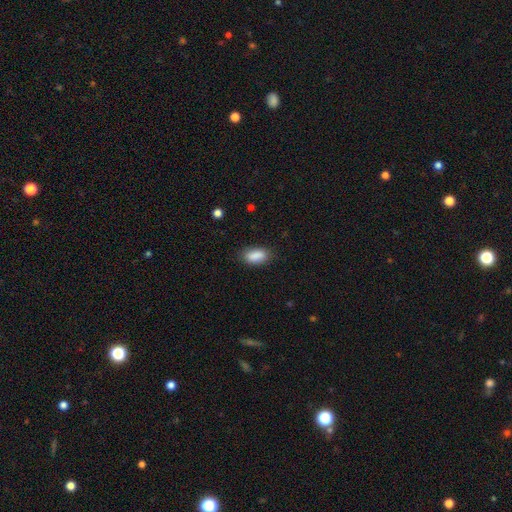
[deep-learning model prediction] Smooth or featured? Predicted: smooth (p=0.89). How rounded? Predicted: in between (p=0.90). Merging? Predicted: none (p=0.83).